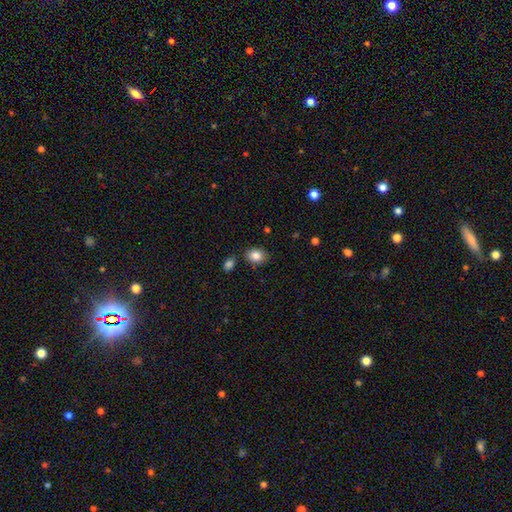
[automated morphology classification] Smooth or featured?
  - smooth: 85% *
  - star or artifact: 9%
  - featured or disk: 6%
How rounded?
  - in between: 60% *
  - round: 39%
  - cigar-shaped: 1%
Merging?
  - none: 81% *
  - minor disturbance: 11%
  - merger: 5%
  - major disturbance: 3%